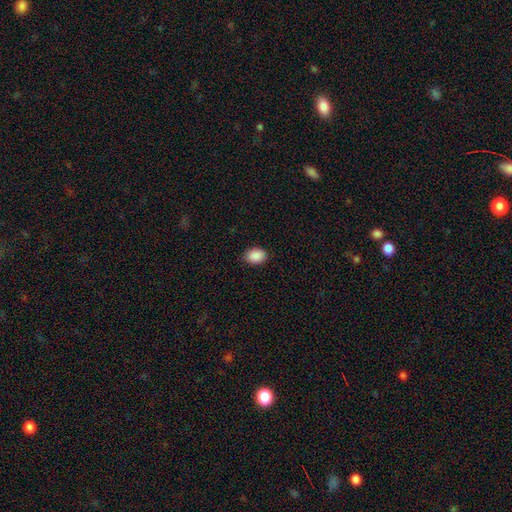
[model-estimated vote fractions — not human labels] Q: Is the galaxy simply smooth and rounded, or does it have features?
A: smooth — 90%.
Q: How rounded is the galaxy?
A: in between — 77%.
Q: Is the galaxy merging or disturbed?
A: none — 88%.